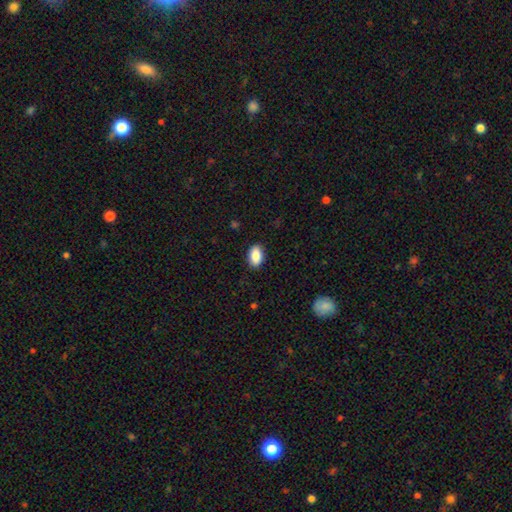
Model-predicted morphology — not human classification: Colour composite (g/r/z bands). It shows a smooth galaxy with no disk features (86%) that is in between round and cigar-shaped (91%). Merging: none (89%).